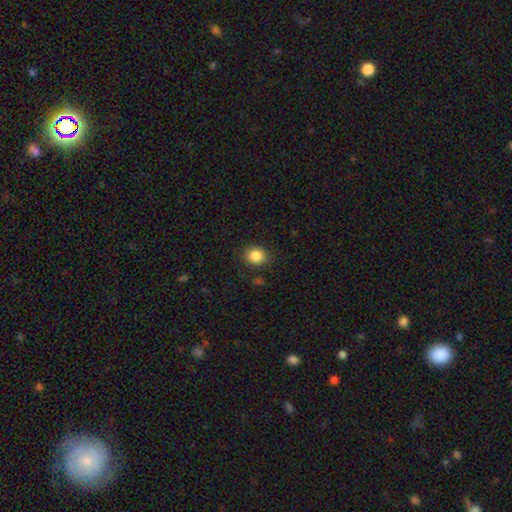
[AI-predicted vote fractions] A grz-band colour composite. It shows a smooth galaxy with no disk features (86%) that is round (74%). Merging: none (87%).